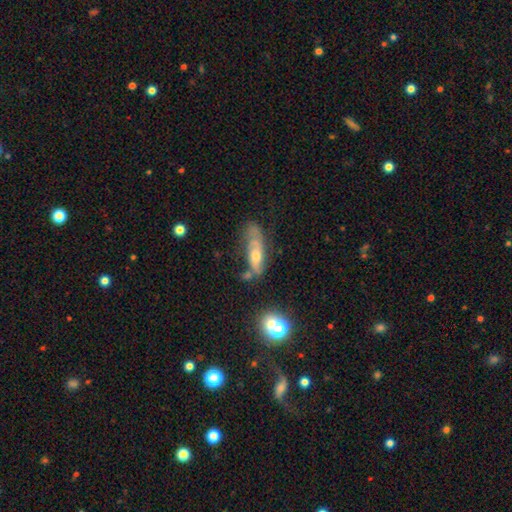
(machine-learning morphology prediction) Smooth or featured: featured or disk — 52% (smooth — 38%)
Edge-on disk: no — 68% (yes — 32%)
Merging: none — 42% (minor disturbance — 27%)